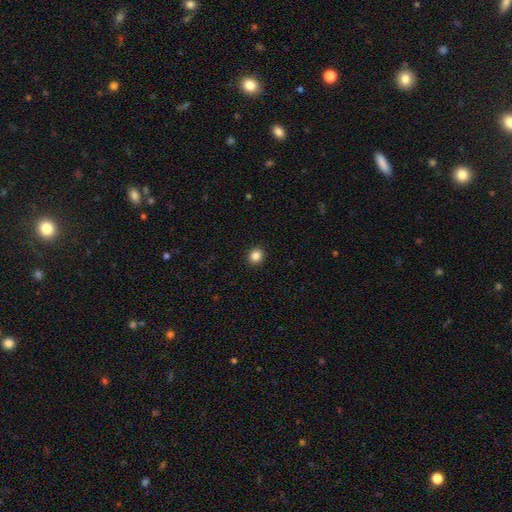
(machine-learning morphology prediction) smooth_or_featured: smooth (p=0.86) [alt: star or artifact p=0.10]
how_rounded: round (p=0.82) [alt: in between p=0.18]
merging: none (p=0.92) [alt: minor disturbance p=0.05]